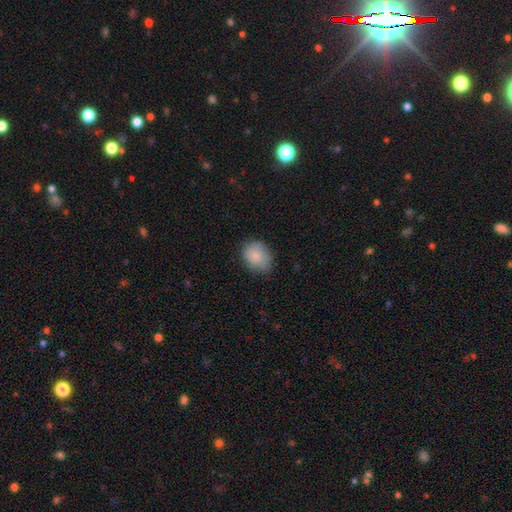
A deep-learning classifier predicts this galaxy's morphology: smooth-or-featured: smooth: 86% | star or artifact: 7% | featured or disk: 7%
  how-rounded: in between: 54% | round: 45% | cigar-shaped: 1%
  merging: none: 73% | minor disturbance: 22% | major disturbance: 5% | merger: 1%